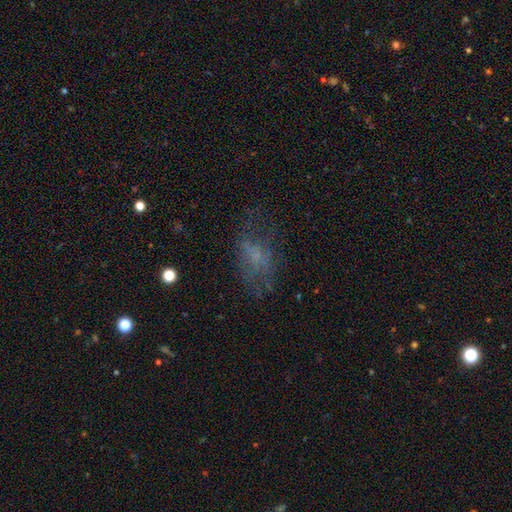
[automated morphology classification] smooth_or_featured: smooth (p=0.45) [alt: featured or disk p=0.36]
merging: none (p=0.45) [alt: major disturbance p=0.31]